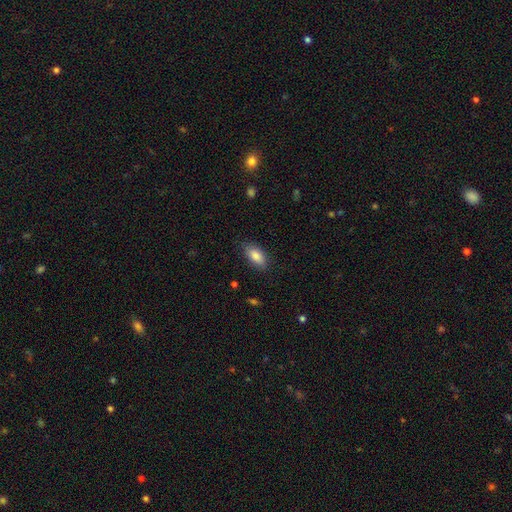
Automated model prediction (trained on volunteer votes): Overall: smooth (87%). How rounded: in between (90%). Merging: none (81%).